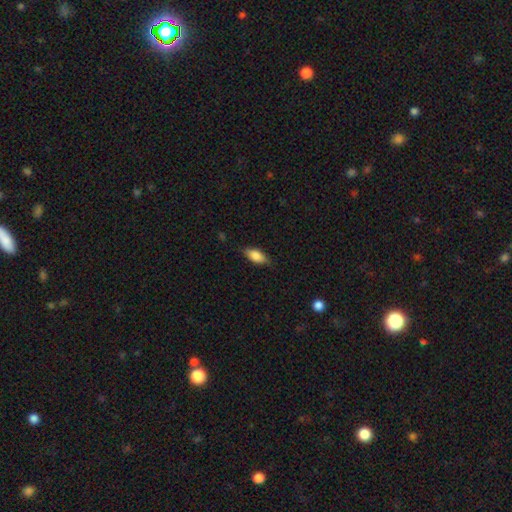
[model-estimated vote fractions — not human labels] smooth-or-featured: smooth: 78% | featured or disk: 15% | star or artifact: 7%
  how-rounded: in between: 83% | cigar-shaped: 14% | round: 3%
  merging: none: 79% | minor disturbance: 17% | major disturbance: 3% | merger: 1%